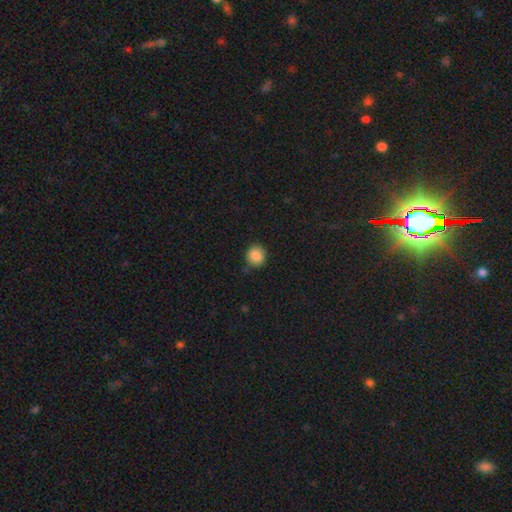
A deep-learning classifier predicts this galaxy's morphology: Smooth or featured? Predicted: smooth (p=0.86). How rounded? Predicted: round (p=0.87). Merging? Predicted: none (p=0.83).